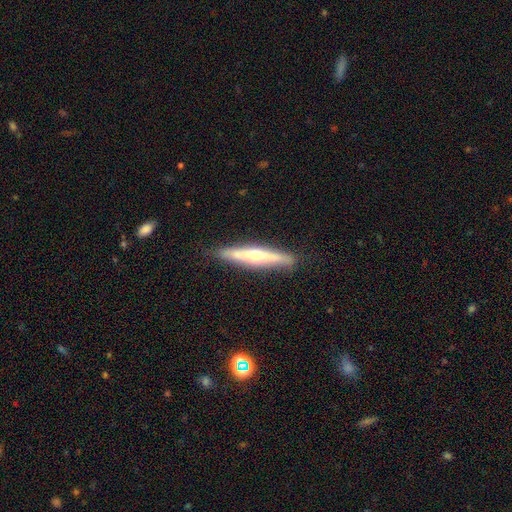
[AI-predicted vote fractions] A featured or disk galaxy (65%) viewed edge-on (94%) with a rounded central bulge (89%).

Vote fractions:
- Smooth or featured? featured or disk: 65% / smooth: 29% / star or artifact: 6%
- Edge-on disk? yes: 94% / no: 6%
- Edge-on bulge? rounded: 89% / none: 7% / boxy: 4%
- Merging? none: 87% / minor disturbance: 10% / major disturbance: 2% / merger: 1%